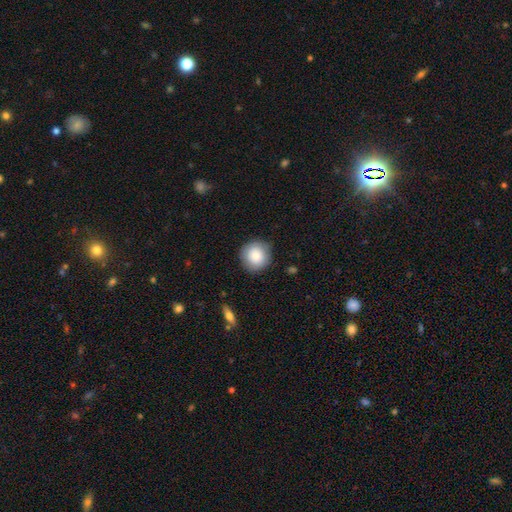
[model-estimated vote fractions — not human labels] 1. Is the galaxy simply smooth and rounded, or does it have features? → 82% smooth, 10% featured or disk, 8% star or artifact.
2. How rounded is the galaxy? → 93% round, 6% in between, 1% cigar-shaped.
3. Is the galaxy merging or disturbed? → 85% none, 11% minor disturbance, 3% major disturbance, 1% merger.